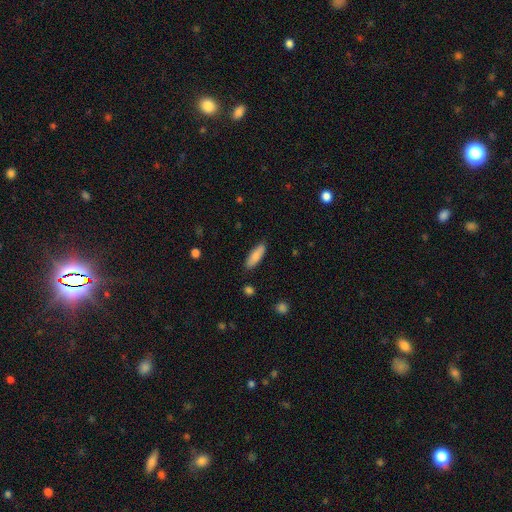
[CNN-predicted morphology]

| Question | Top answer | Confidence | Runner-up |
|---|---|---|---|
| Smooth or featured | smooth | 84% | featured or disk (10%) |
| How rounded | in between | 52% | cigar-shaped (46%) |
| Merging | none | 87% | minor disturbance (10%) |